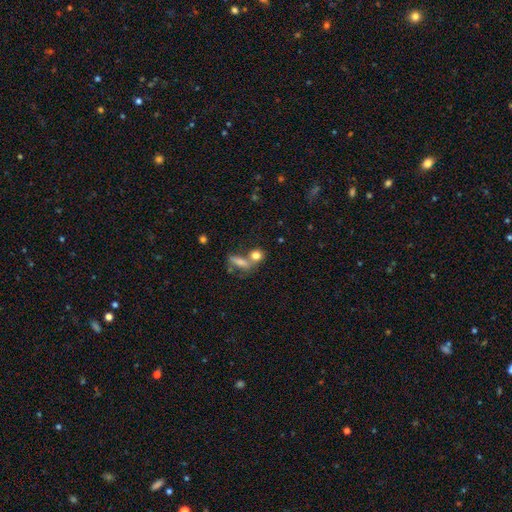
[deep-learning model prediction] Overall: smooth (77%). How rounded: round (60%; in between 32%). Merging: none (46%; merger 38%).